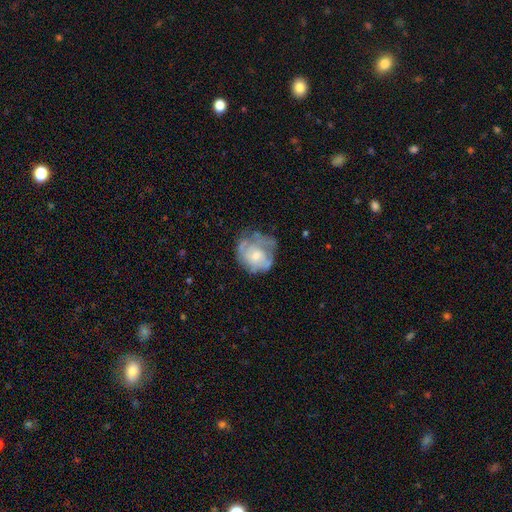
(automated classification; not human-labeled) A featured or disk galaxy (60%) with no bar (78%), spiral arms (58%) and a small central bulge (46%). Merging: none (45%).